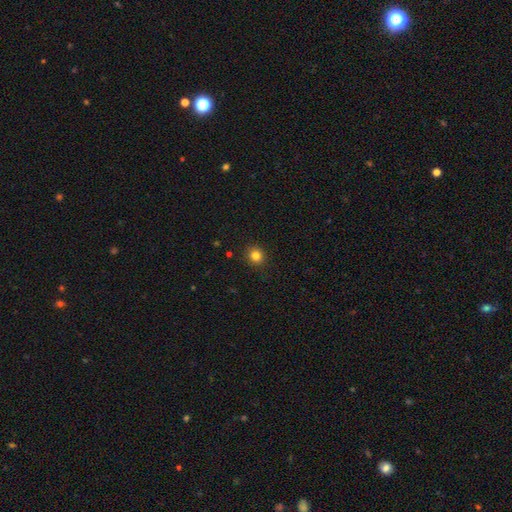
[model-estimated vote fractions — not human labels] Smooth or featured?
  - smooth: 83% *
  - star or artifact: 12%
  - featured or disk: 5%
How rounded?
  - round: 89% *
  - in between: 10%
  - cigar-shaped: 1%
Merging?
  - none: 91% *
  - minor disturbance: 6%
  - major disturbance: 2%
  - merger: 1%